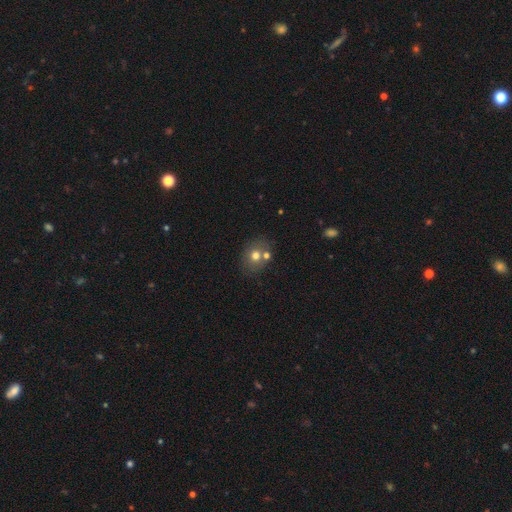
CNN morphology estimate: smooth_or_featured: smooth (p=0.68) [alt: featured or disk p=0.19]
how_rounded: round (p=0.61) [alt: in between p=0.39]
merging: none (p=0.63) [alt: merger p=0.22]